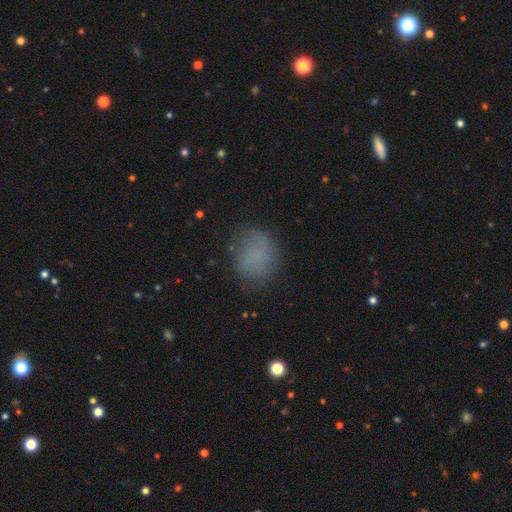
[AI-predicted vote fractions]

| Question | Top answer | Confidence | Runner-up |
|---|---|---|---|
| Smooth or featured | smooth | 72% | star or artifact (14%) |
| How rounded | round | 71% | in between (28%) |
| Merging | none | 67% | minor disturbance (21%) |